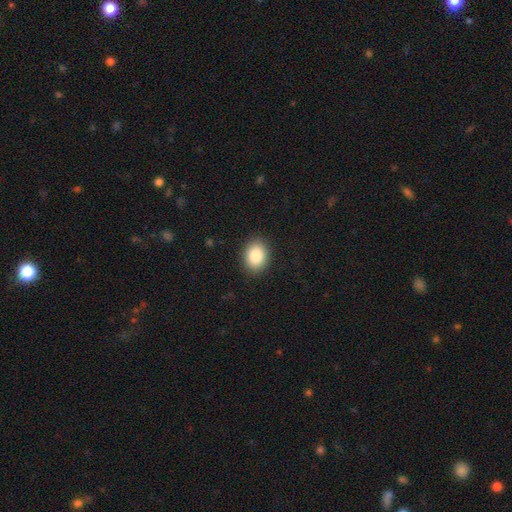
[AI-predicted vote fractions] Overall: smooth (86%). How rounded: in between (61%; round 38%). Merging: none (89%).